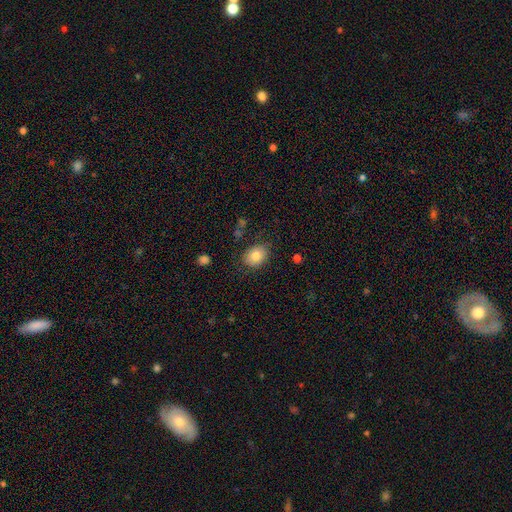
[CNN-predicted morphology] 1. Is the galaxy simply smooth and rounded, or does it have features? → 82% smooth, 9% featured or disk, 9% star or artifact.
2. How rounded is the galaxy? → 63% in between, 36% round, 1% cigar-shaped.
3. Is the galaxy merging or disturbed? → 79% none, 15% minor disturbance, 4% major disturbance, 2% merger.